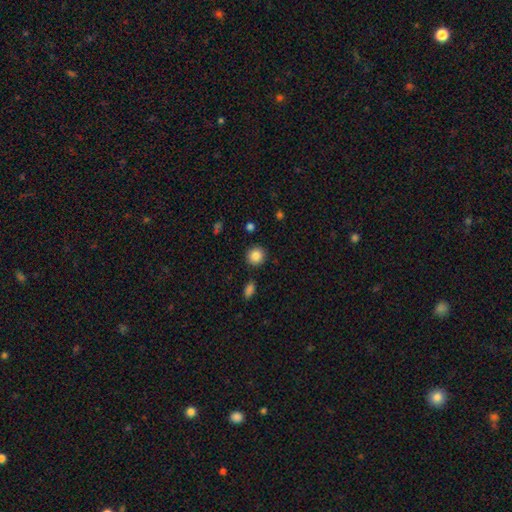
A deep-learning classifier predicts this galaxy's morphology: This appears to be a smooth galaxy with no disk features (87%) that is round (91%). Merging: none (90%).